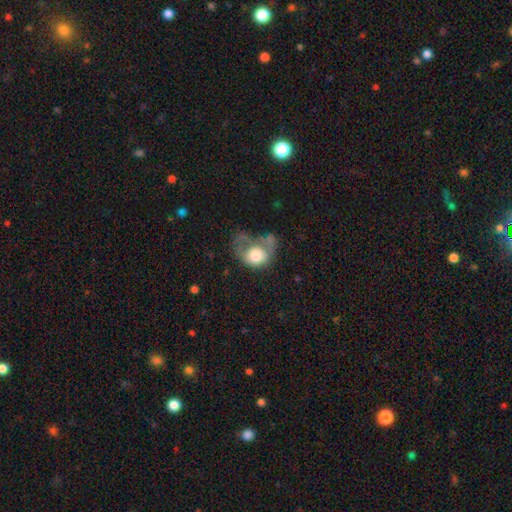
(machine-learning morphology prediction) Smooth or featured?
  - smooth: 62% *
  - featured or disk: 29%
  - star or artifact: 8%
How rounded?
  - round: 54% *
  - in between: 45%
  - cigar-shaped: 1%
Merging?
  - major disturbance: 54% *
  - minor disturbance: 17%
  - none: 17%
  - merger: 13%